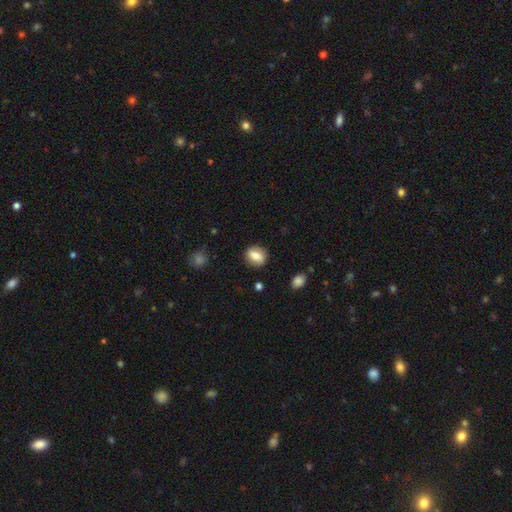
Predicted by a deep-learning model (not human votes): This is likely a smooth galaxy (74%). How rounded: possibly round (55%). Merging: clearly none (83%).